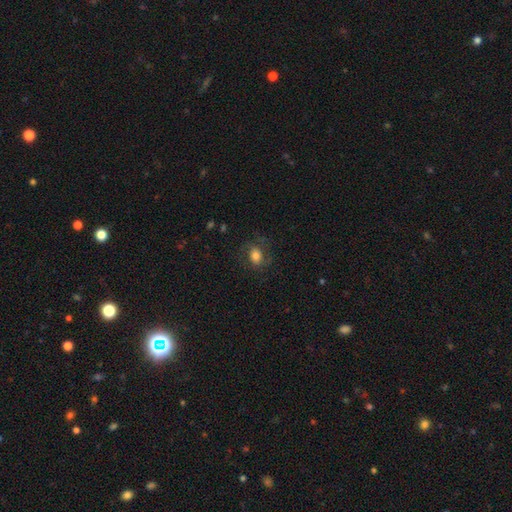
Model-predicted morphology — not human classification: Q: Smooth or featured?
A: smooth (67%); runner-up: featured or disk (23%)
Q: How rounded?
A: in between (56%); runner-up: round (43%)
Q: Merging?
A: none (69%); runner-up: minor disturbance (18%)